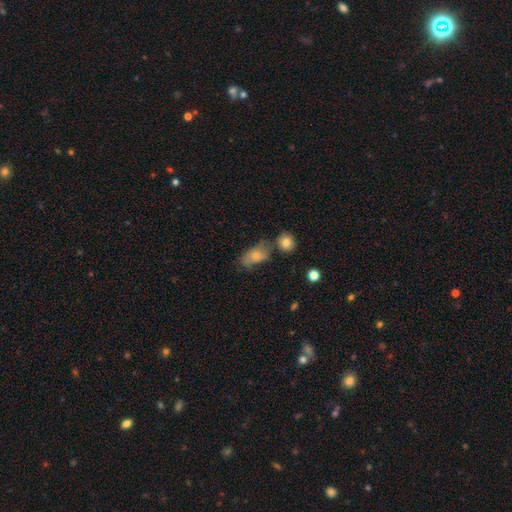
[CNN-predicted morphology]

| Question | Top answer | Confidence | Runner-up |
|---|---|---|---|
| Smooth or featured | smooth | 67% | featured or disk (25%) |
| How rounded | in between | 87% | round (11%) |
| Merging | none | 43% | minor disturbance (28%) |